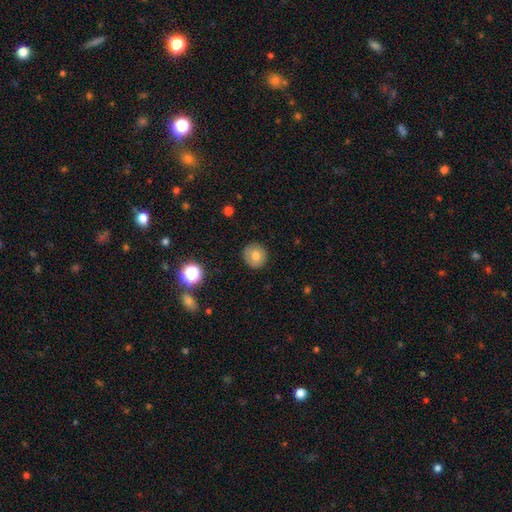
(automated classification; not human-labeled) A smooth galaxy with no disk features (73%) that is round (93%). Merging: none (89%).